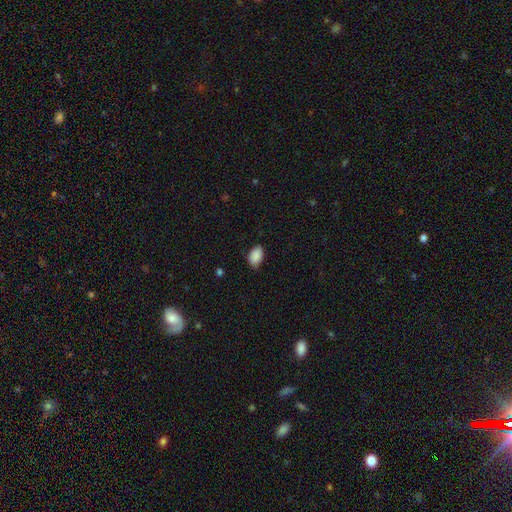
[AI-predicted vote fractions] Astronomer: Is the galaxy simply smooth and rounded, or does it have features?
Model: smooth — 89%.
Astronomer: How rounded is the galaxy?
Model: in between — 89%.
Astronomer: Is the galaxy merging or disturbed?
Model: none — 76%.